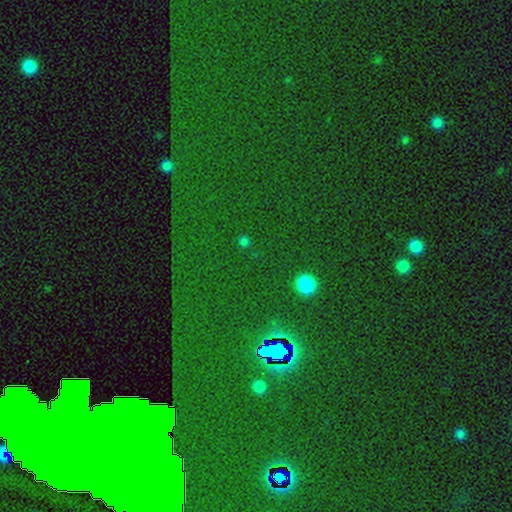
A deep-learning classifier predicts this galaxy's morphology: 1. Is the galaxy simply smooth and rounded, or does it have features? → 77% star or artifact, 14% smooth, 10% featured or disk.